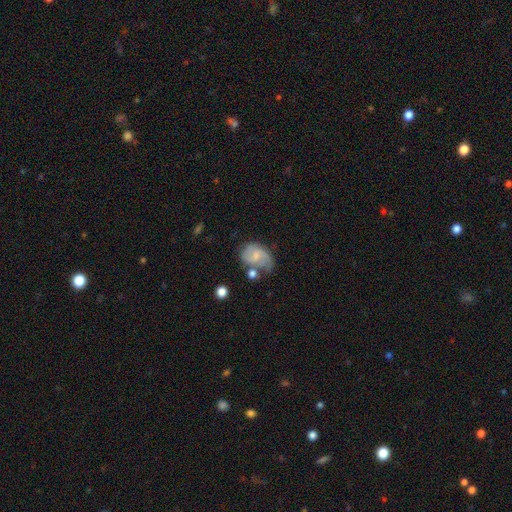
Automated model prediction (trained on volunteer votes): smooth-or-featured: featured or disk: 67% | smooth: 26% | star or artifact: 7%
  disk-edge-on: no: 98% | yes: 2%
    bar: no: 47% | weak: 46% | strong: 7%
    has-spiral-arms: yes: 89% | no: 11%
      spiral-winding: medium: 46% | loose: 31% | tight: 22%
      spiral-arm-count: 2: 69% | 1: 13% | can't tell: 12% | 3: 4% | 4: 1% | more than 4: 1%
    bulge-size: small: 54% | moderate: 25% | none: 18% | large: 2% | dominant: 1%
  merging: none: 41% | minor disturbance: 26% | major disturbance: 17% | merger: 15%